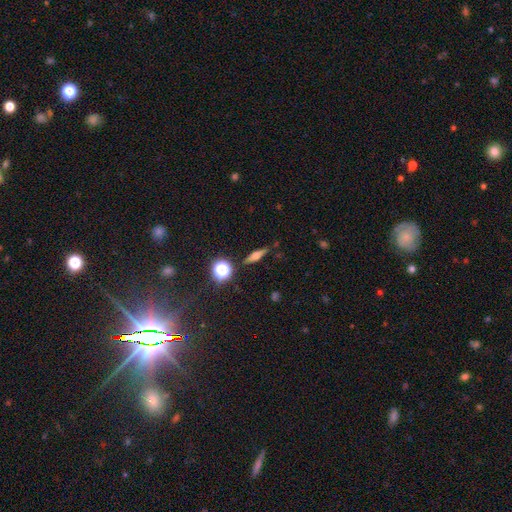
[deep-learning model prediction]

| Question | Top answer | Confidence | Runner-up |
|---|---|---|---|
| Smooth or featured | featured or disk | 49% | smooth (38%) |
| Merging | none | 86% | minor disturbance (9%) |